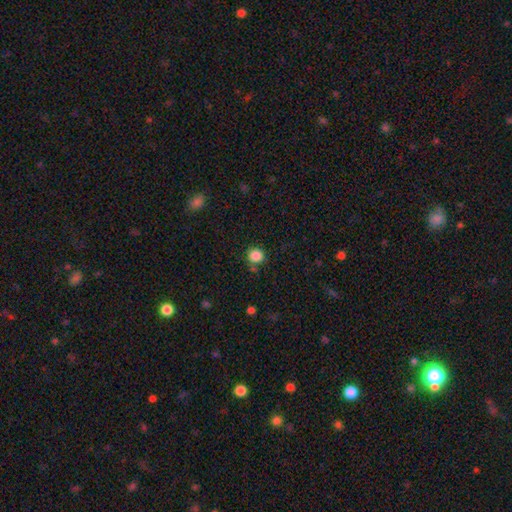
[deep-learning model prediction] A smooth galaxy with no disk features (86%) that is round (86%).

Vote fractions:
- Smooth or featured? smooth: 86% / star or artifact: 11% / featured or disk: 4%
- How rounded? round: 86% / in between: 13% / cigar-shaped: 1%
- Merging? none: 81% / minor disturbance: 10% / merger: 6% / major disturbance: 3%